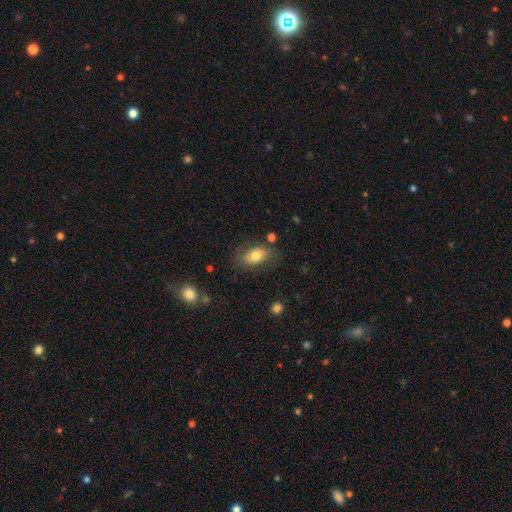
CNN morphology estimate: This appears to be a smooth galaxy with no disk features (71%) that is in between round and cigar-shaped (89%). Merging: none (70%).